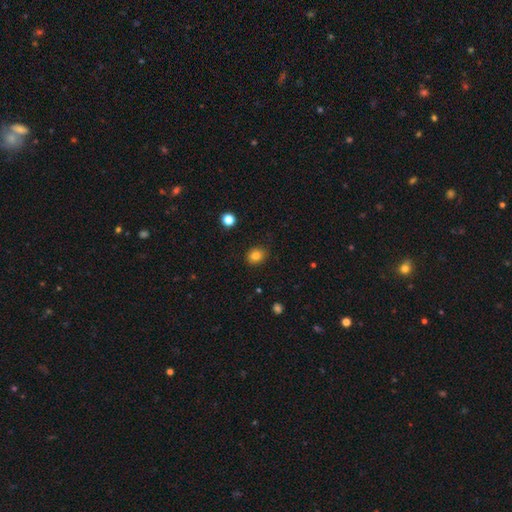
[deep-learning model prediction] A smooth galaxy with no disk features (81%) that is round (61%). Merging: none (87%).